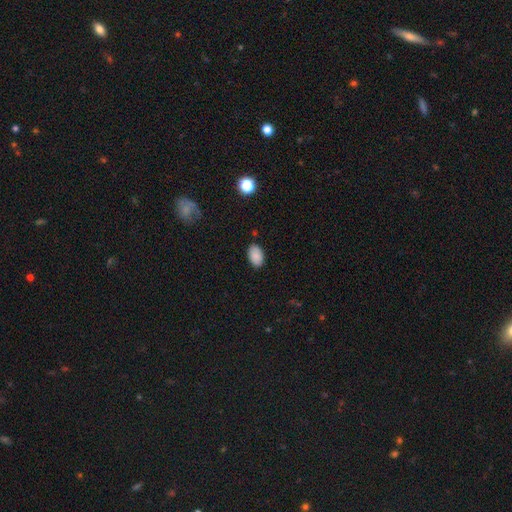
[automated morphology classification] smooth-or-featured: smooth: 88% | star or artifact: 8% | featured or disk: 4%
  how-rounded: in between: 91% | round: 8% | cigar-shaped: 1%
  merging: none: 86% | minor disturbance: 11% | major disturbance: 2% | merger: 1%